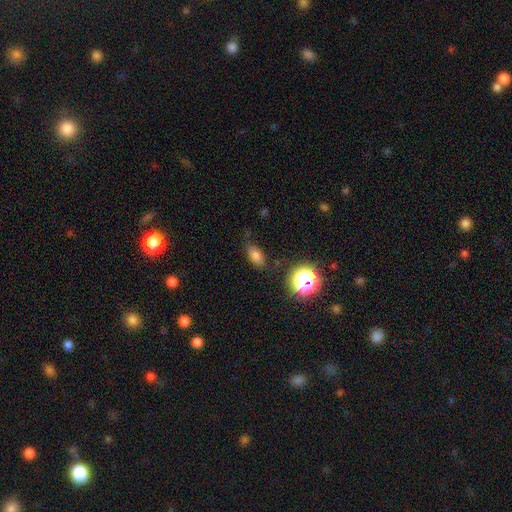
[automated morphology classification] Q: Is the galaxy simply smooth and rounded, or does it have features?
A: smooth — 74%.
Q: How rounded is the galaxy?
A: in between — 83%.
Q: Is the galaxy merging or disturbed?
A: none — 77%.